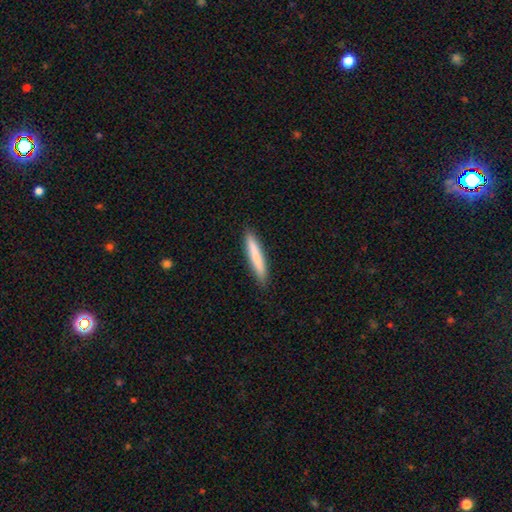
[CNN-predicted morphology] A smooth galaxy with no disk features (78%) that is cigar-shaped (94%). Merging: none (90%).